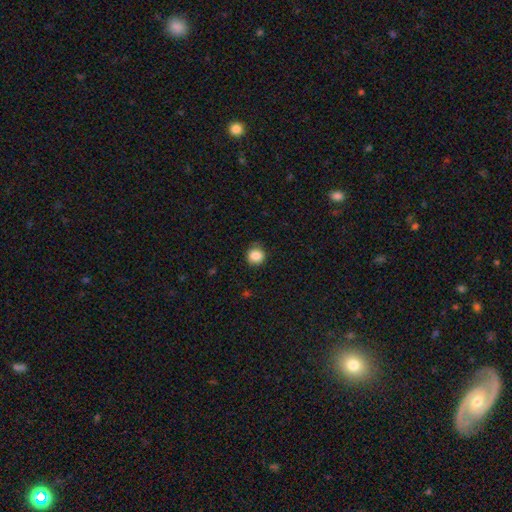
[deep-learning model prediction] Q: Smooth or featured?
A: smooth (86%); runner-up: star or artifact (10%)
Q: How rounded?
A: round (89%); runner-up: in between (11%)
Q: Merging?
A: none (79%); runner-up: minor disturbance (16%)